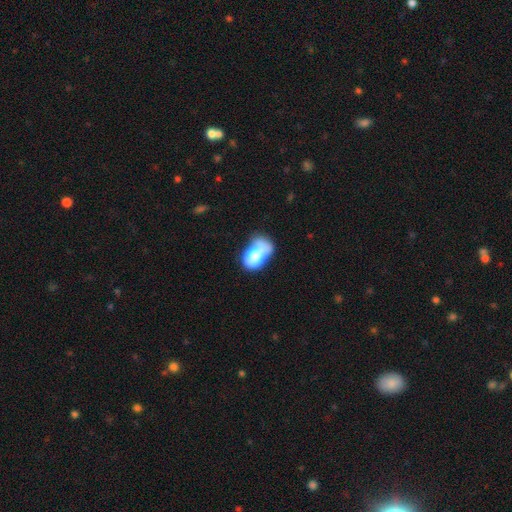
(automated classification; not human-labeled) smooth 65%, featured or disk 27%, star or artifact 7%. Down the decision tree: how rounded — in between (89%); merging — merger (31%).